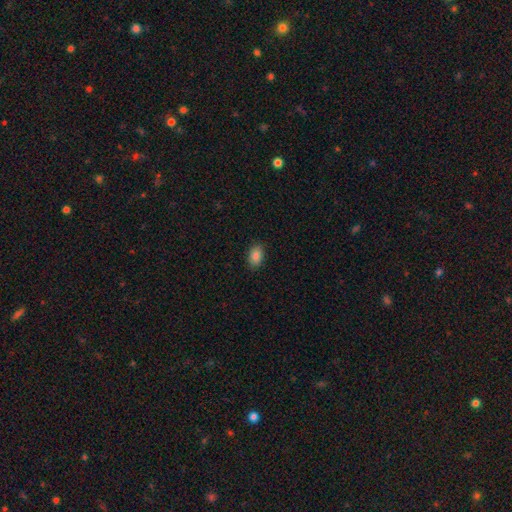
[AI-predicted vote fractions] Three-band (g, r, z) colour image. It shows a smooth galaxy with no disk features (87%) that is in between round and cigar-shaped (85%). Merging: none (87%).